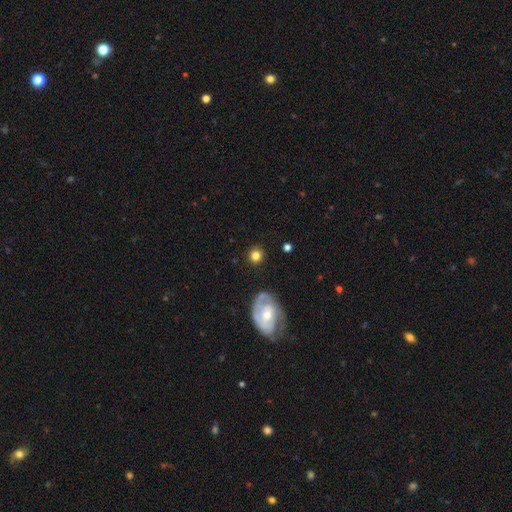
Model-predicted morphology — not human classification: A smooth galaxy with no disk features (75%) that is round (89%). Merging: none (85%).